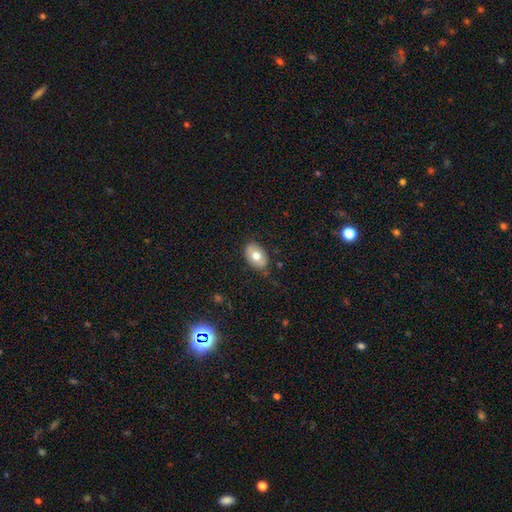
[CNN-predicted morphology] A smooth galaxy with no disk features (67%) that is in between round and cigar-shaped (87%). Merging: none (79%).